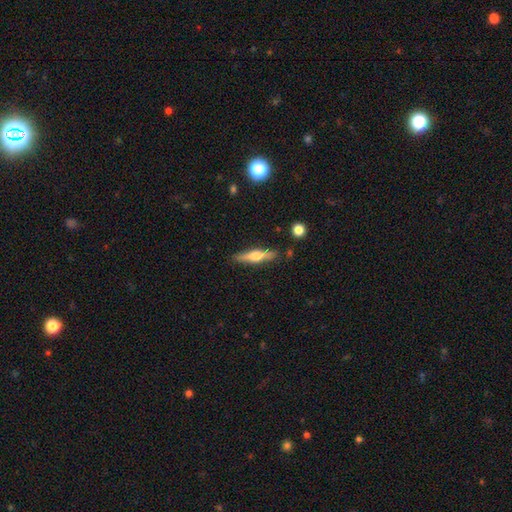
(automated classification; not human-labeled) Smooth or featured: featured or disk — 51% (smooth — 43%)
Edge-on disk: yes — 95% (no — 5%)
Merging: none — 86% (minor disturbance — 10%)